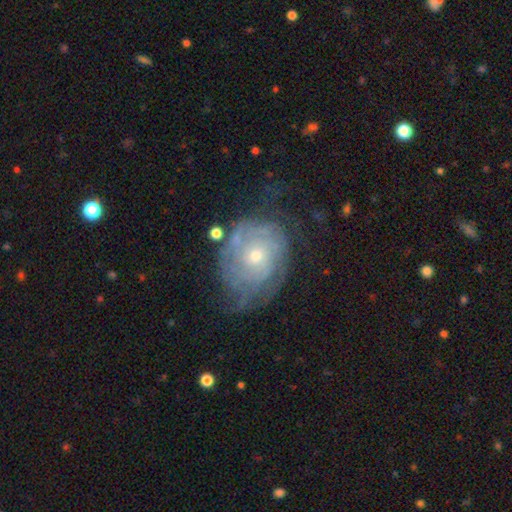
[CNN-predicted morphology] featured or disk 77%, smooth 16%, star or artifact 8%. Down the decision tree: edge-on disk — no (97%); bar — no (81%); spiral arms — yes (88%); spiral arm count — can't tell (52%); spiral winding — tight (71%); bulge size — small (56%); merging — none (58%).